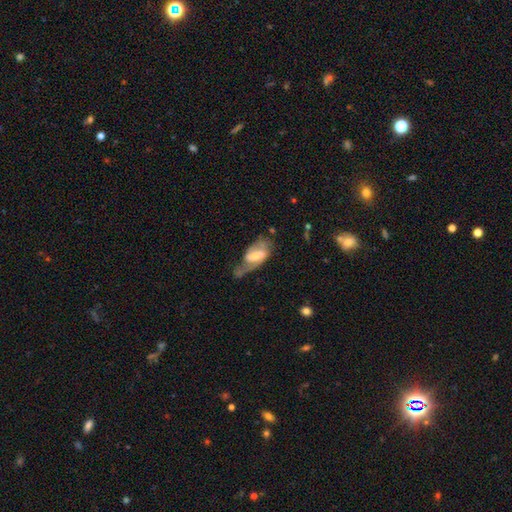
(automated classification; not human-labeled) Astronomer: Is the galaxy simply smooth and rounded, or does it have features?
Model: featured or disk — 75%.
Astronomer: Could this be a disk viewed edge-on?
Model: no — 95%.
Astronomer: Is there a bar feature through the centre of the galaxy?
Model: weak — 49% (runner-up: strong, 29%).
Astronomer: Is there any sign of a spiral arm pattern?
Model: yes — 87%.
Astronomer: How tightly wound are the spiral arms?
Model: medium — 46% (runner-up: loose, 31%).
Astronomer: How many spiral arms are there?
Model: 2 — 72%.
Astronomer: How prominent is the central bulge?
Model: moderate — 47% (runner-up: small, 41%).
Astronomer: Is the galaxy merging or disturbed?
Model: none — 40% (runner-up: minor disturbance, 28%).